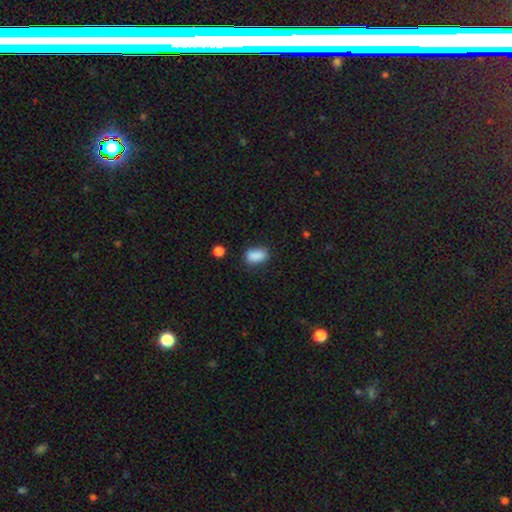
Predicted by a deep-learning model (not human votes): Morphology: type=smooth (88%); roundness=in between (88%); merging=none (76%).